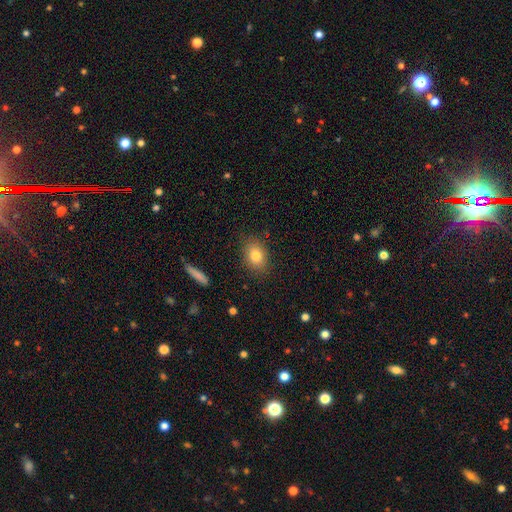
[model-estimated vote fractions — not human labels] This is clearly a smooth galaxy (81%). How rounded: likely in between (70%). Merging: clearly none (85%).